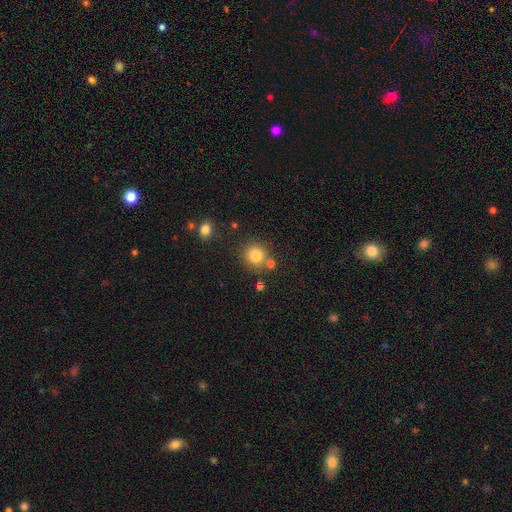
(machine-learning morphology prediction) A smooth galaxy with no disk features (81%) that is round (91%).

Vote fractions:
- Smooth or featured? smooth: 81% / star or artifact: 12% / featured or disk: 7%
- How rounded? round: 91% / in between: 8% / cigar-shaped: 1%
- Merging? none: 75% / merger: 13% / minor disturbance: 9% / major disturbance: 3%